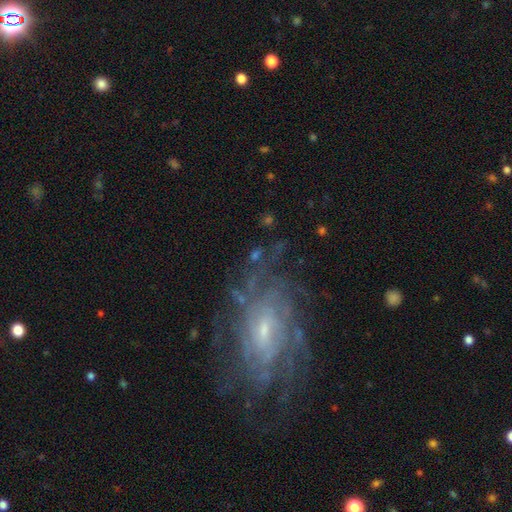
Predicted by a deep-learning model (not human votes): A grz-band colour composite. It shows a featured or disk galaxy (71%) with a weak bar (46%), tight (50%) spiral arms (79%) and a small central bulge (58%). Merging: none (57%).